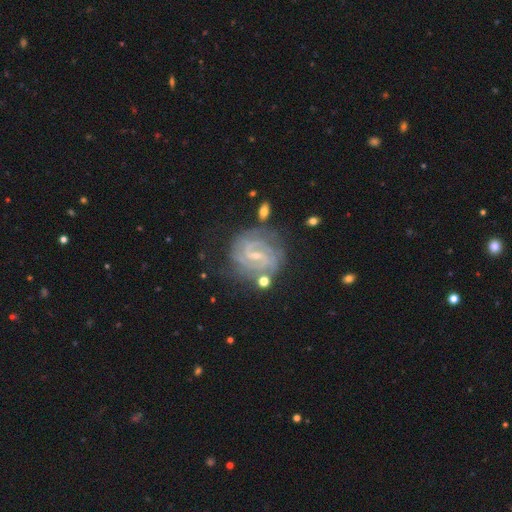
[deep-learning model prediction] Smooth or featured?
  - featured or disk: 89% *
  - star or artifact: 6%
  - smooth: 5%
Edge-on disk?
  - no: 97% *
  - yes: 3%
Bar?
  - weak: 50% *
  - strong: 34%
  - no: 16%
Spiral arms?
  - yes: 97% *
  - no: 3%
Spiral winding?
  - tight: 61% *
  - medium: 33%
  - loose: 6%
Spiral arm count?
  - 2: 58% *
  - 3: 14%
  - can't tell: 14%
  - 4: 6%
  - more than 4: 4%
  - 1: 4%
Bulge size?
  - small: 72% *
  - moderate: 21%
  - none: 5%
  - large: 1%
  - dominant: 1%
Merging?
  - none: 73% *
  - minor disturbance: 16%
  - major disturbance: 6%
  - merger: 5%